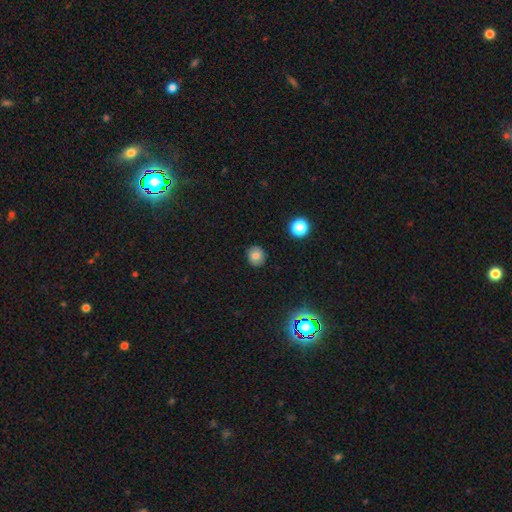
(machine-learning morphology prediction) type=smooth (76%); roundness=round (80%); merging=none (89%).